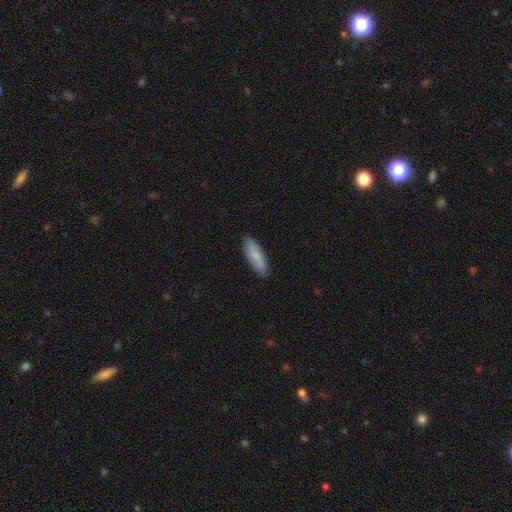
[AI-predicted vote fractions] The model was most divided on "how rounded": in between: 59%, cigar-shaped: 40%, round: 2%. More confident: merging — none (87%); smooth or featured — smooth (78%).